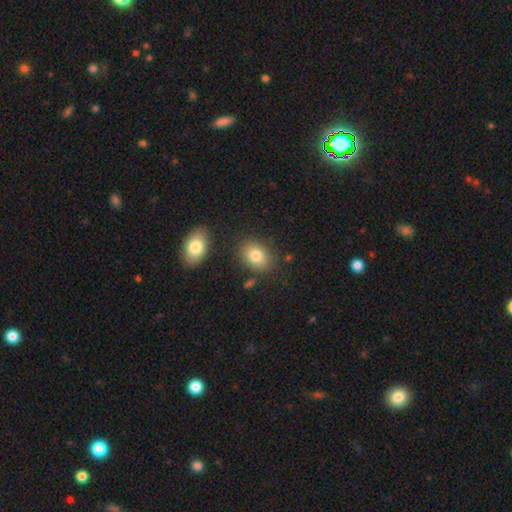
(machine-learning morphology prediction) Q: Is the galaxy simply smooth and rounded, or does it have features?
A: smooth — 82%.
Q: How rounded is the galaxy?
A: in between — 68%.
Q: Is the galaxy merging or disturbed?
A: none — 80%.